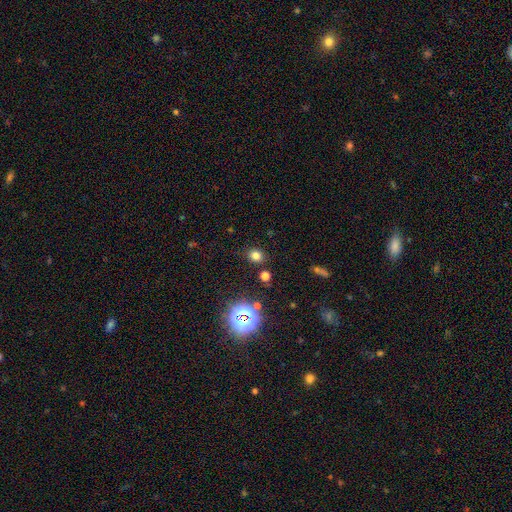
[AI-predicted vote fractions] Smooth or featured? Predicted: smooth (p=0.72). How rounded? Predicted: round (p=0.71). Merging? Predicted: none (p=0.85).